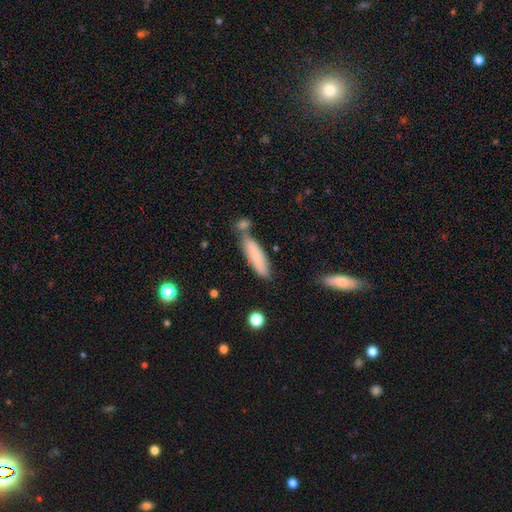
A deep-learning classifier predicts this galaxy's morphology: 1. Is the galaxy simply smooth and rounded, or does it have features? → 72% smooth, 22% featured or disk, 7% star or artifact.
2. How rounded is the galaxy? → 67% cigar-shaped, 32% in between, 2% round.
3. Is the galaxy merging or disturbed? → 63% none, 18% merger, 16% minor disturbance, 4% major disturbance.